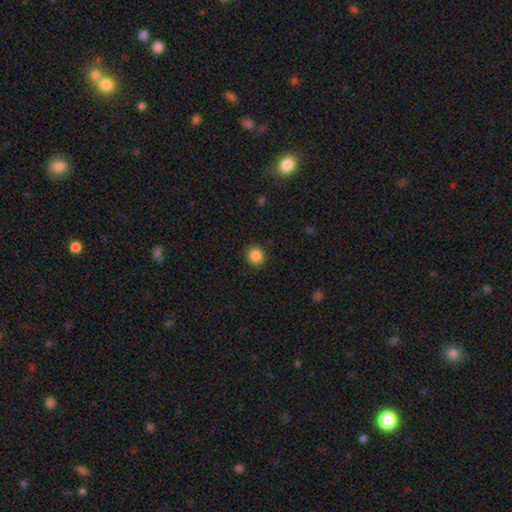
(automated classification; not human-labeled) smooth_or_featured: smooth (p=0.87) [alt: star or artifact p=0.10]
how_rounded: round (p=0.78) [alt: in between p=0.21]
merging: none (p=0.88) [alt: minor disturbance p=0.08]